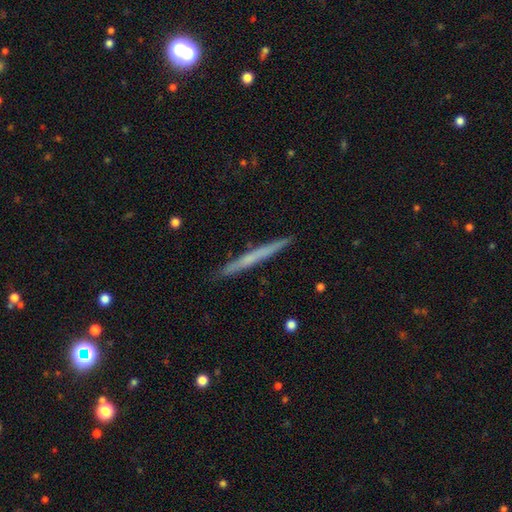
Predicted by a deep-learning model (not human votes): Smooth or featured? Predicted: smooth (p=0.49). Merging? Predicted: none (p=0.91).